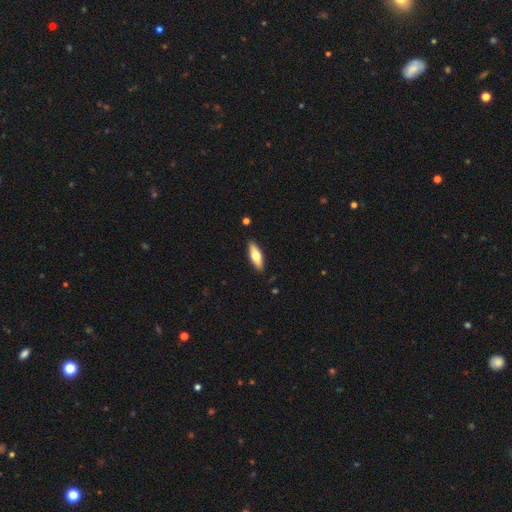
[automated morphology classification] Smooth or featured? Predicted: smooth (p=0.62). How rounded? Predicted: in between (p=0.52). Merging? Predicted: none (p=0.89).